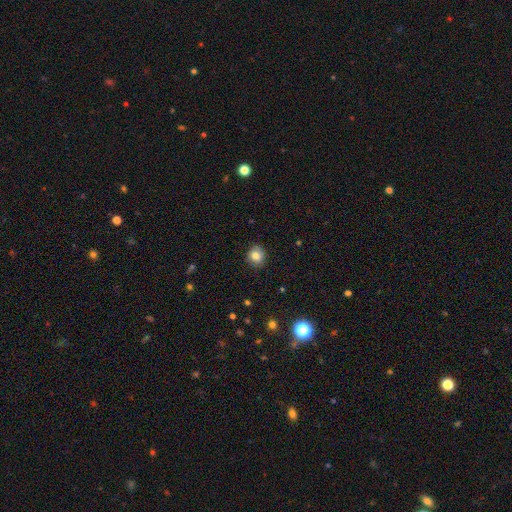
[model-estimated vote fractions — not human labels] This is clearly a smooth galaxy (81%). How rounded: clearly round (85%). Merging: clearly none (86%).